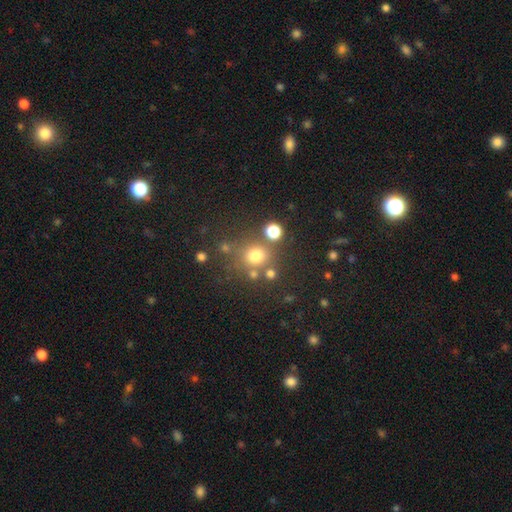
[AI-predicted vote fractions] smooth_or_featured: smooth (p=0.72) [alt: star or artifact p=0.20]
how_rounded: round (p=0.88) [alt: in between p=0.11]
merging: none (p=0.71) [alt: merger p=0.13]